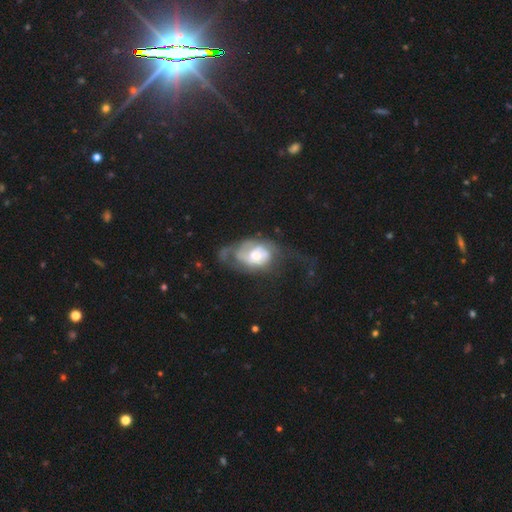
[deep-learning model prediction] A featured or disk galaxy (64%) with no bar (72%), spiral arms (65%) and a moderate central bulge (59%). Merging: major disturbance (50%).